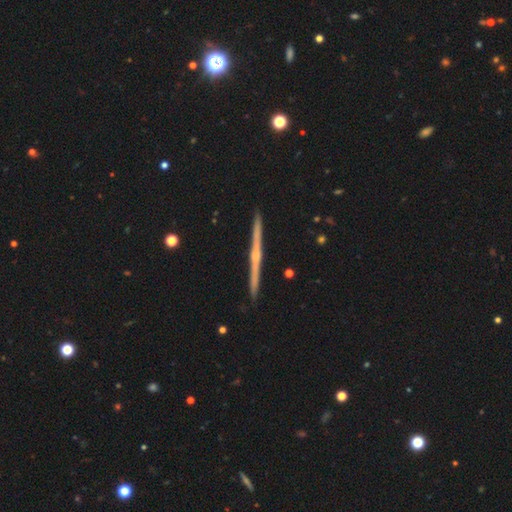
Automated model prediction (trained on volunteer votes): A featured or disk galaxy (81%) viewed edge-on (99%) with a rounded central bulge (63%). Merging: none (93%).